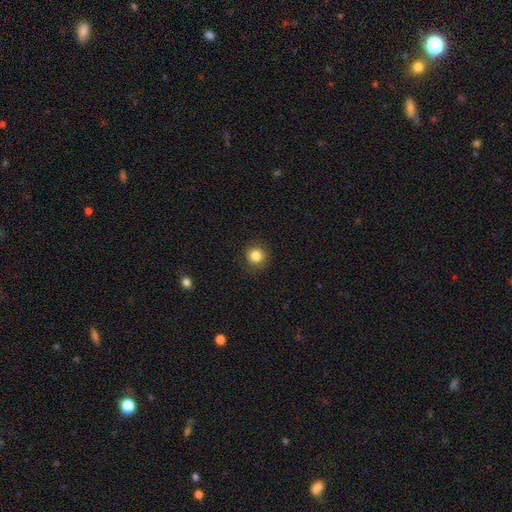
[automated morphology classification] smooth 84%, star or artifact 11%, featured or disk 5%. Down the decision tree: how rounded — round (93%); merging — none (90%).